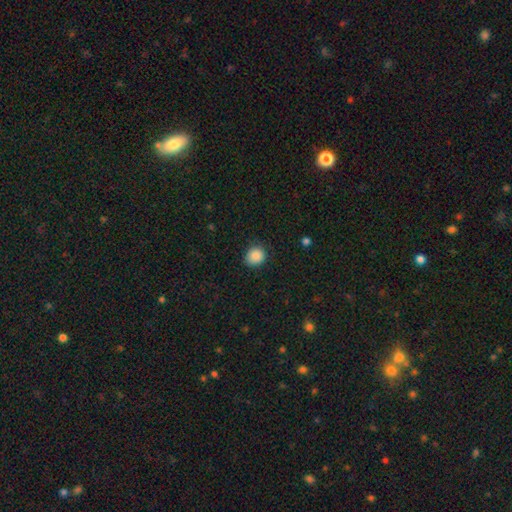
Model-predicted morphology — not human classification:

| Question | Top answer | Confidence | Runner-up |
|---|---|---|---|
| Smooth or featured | smooth | 87% | star or artifact (9%) |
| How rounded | round | 72% | in between (27%) |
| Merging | none | 82% | minor disturbance (14%) |